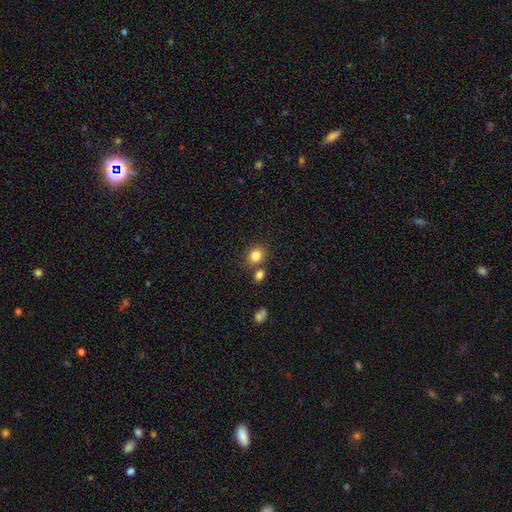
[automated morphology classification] A smooth galaxy with no disk features (84%) that is round (64%).

Vote fractions:
- Smooth or featured? smooth: 84% / star or artifact: 10% / featured or disk: 6%
- How rounded? round: 64% / in between: 35% / cigar-shaped: 1%
- Merging? none: 68% / merger: 19% / minor disturbance: 10% / major disturbance: 3%